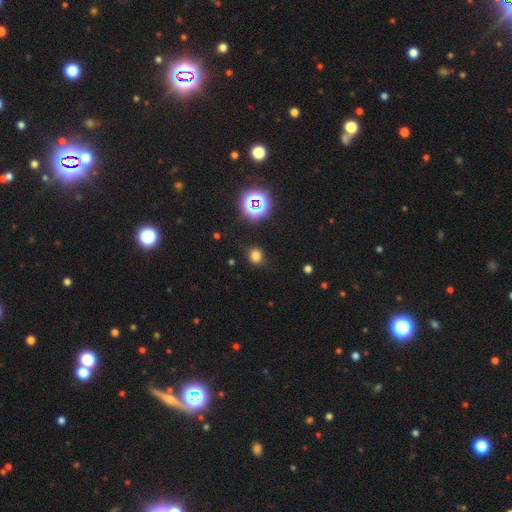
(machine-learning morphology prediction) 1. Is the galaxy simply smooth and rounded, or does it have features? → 74% smooth, 21% star or artifact, 6% featured or disk.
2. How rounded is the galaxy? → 77% round, 22% in between, 1% cigar-shaped.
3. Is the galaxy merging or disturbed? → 85% none, 10% minor disturbance, 3% major disturbance, 2% merger.